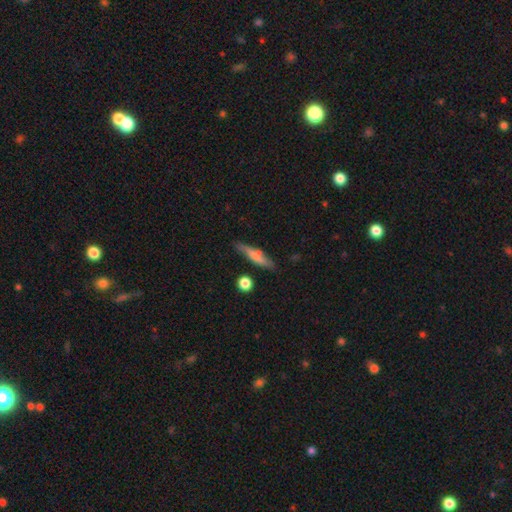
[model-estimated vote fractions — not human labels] Morphology: type=smooth (61%); roundness=cigar-shaped (79%); merging=none (72%).